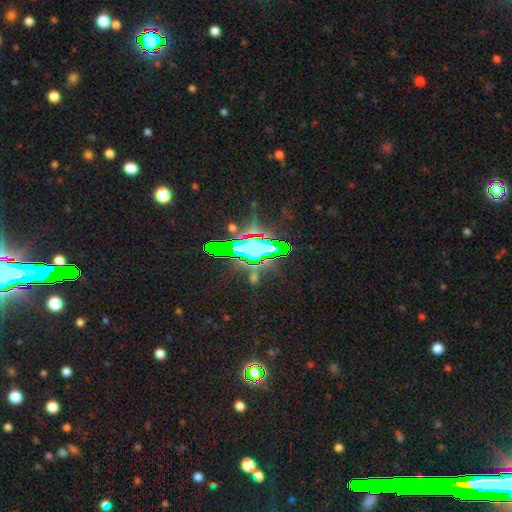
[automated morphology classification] Smooth or featured: star or artifact — 81% (smooth — 10%)